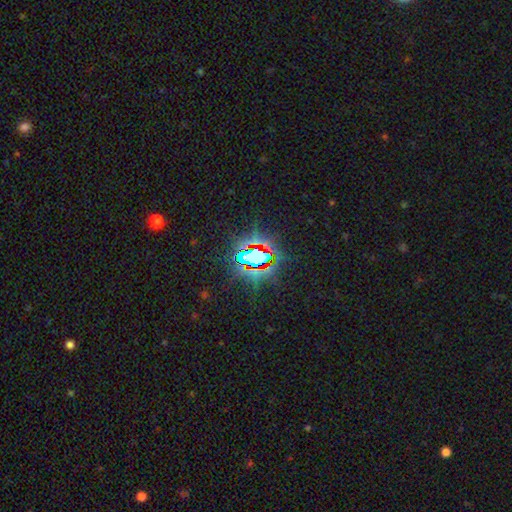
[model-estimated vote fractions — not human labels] A star or artifact, not a galaxy (74%).